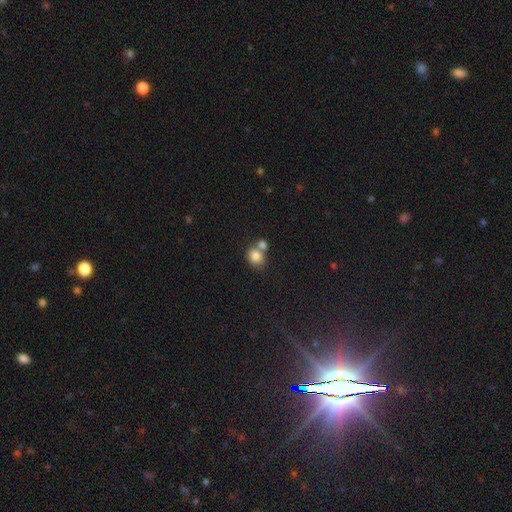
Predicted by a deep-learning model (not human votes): A smooth galaxy with no disk features (82%) that is round (65%).

Vote fractions:
- Smooth or featured? smooth: 82% / star or artifact: 10% / featured or disk: 8%
- How rounded? round: 65% / in between: 34% / cigar-shaped: 1%
- Merging? merger: 45% / none: 43% / minor disturbance: 9% / major disturbance: 3%